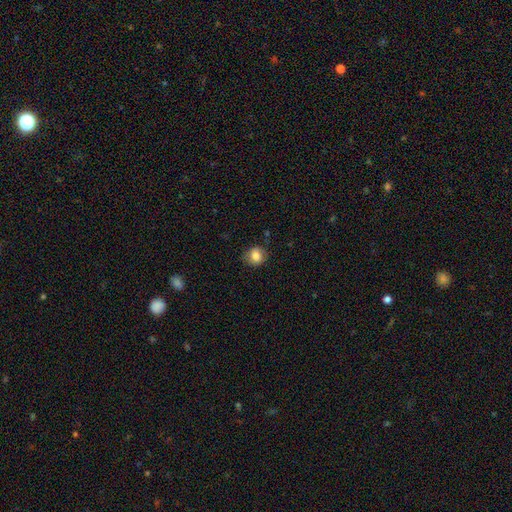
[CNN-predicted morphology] Smooth or featured?
  - smooth: 82% *
  - star or artifact: 9%
  - featured or disk: 9%
How rounded?
  - round: 72% *
  - in between: 27%
  - cigar-shaped: 1%
Merging?
  - none: 78% *
  - minor disturbance: 16%
  - major disturbance: 4%
  - merger: 1%